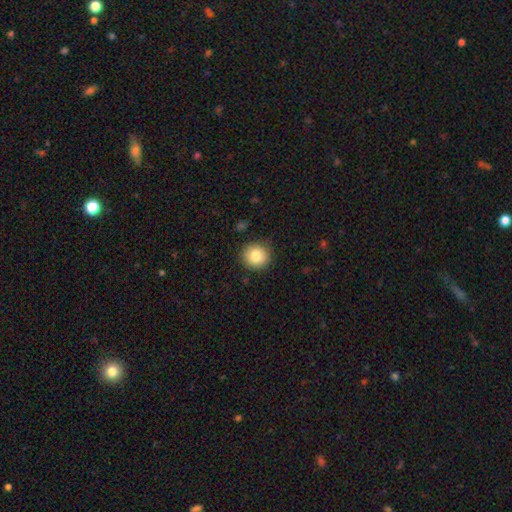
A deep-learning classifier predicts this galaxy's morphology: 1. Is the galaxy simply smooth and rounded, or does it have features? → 80% smooth, 10% featured or disk, 10% star or artifact.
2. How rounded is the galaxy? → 91% round, 8% in between, 1% cigar-shaped.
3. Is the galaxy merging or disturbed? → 87% none, 10% minor disturbance, 2% major disturbance, 1% merger.